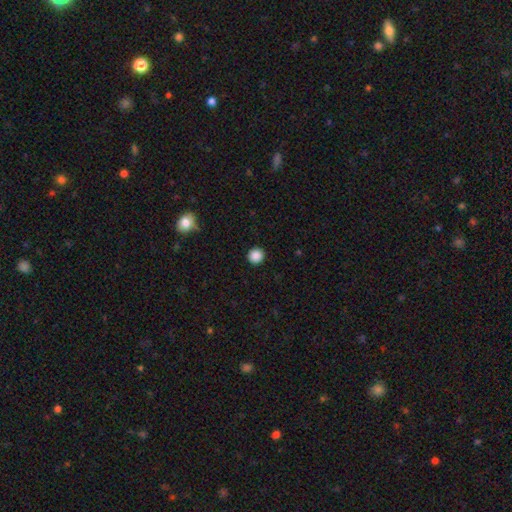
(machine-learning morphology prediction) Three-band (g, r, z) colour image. It shows a smooth galaxy with no disk features (88%) that is round (95%). Merging: none (93%).